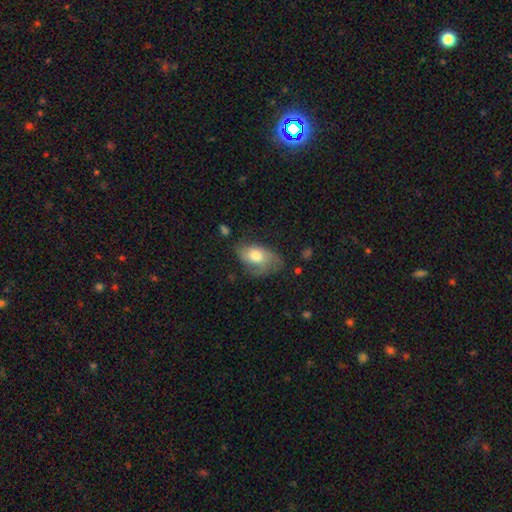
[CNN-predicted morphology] A smooth galaxy with no disk features (63%) that is in between round and cigar-shaped (89%).

Vote fractions:
- Smooth or featured? smooth: 63% / featured or disk: 30% / star or artifact: 7%
- How rounded? in between: 89% / round: 9% / cigar-shaped: 2%
- Merging? none: 47% / minor disturbance: 33% / major disturbance: 18% / merger: 2%